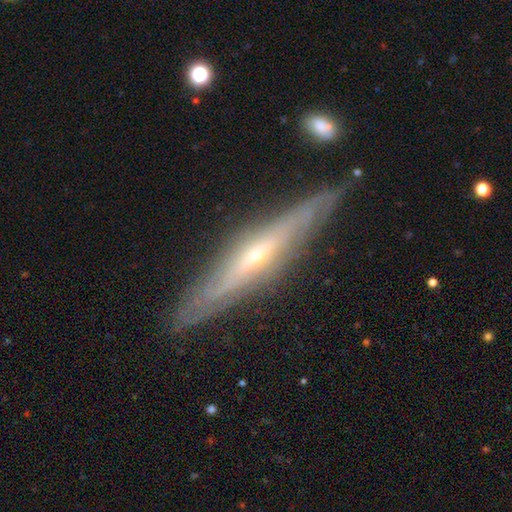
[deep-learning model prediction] Smooth or featured? featured or disk (79%)
Edge-on disk? yes (90%)
Edge-on bulge? rounded (71%)
Merging? none (85%)